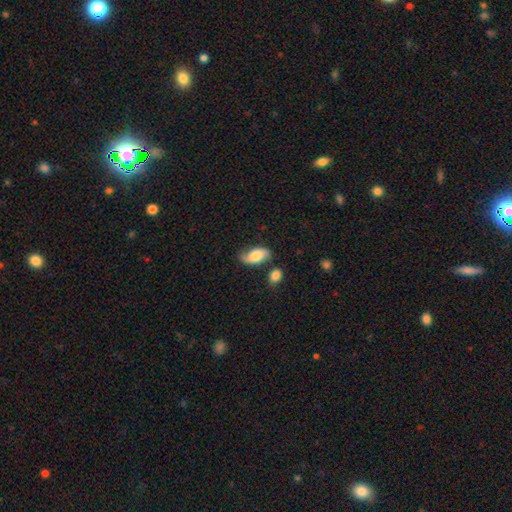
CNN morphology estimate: smooth_or_featured: smooth (p=0.60) [alt: featured or disk p=0.33]
how_rounded: in between (p=0.91) [alt: cigar-shaped p=0.04]
merging: none (p=0.62) [alt: minor disturbance p=0.22]